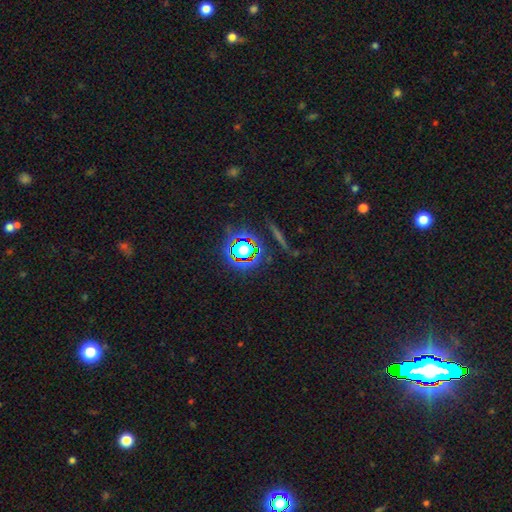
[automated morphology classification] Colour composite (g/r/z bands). It shows a star or artifact, not a galaxy (82%).